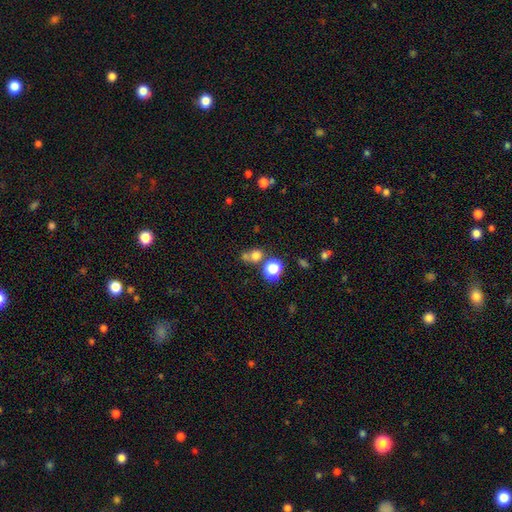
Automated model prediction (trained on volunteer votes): smooth 71%, star or artifact 21%, featured or disk 8%. Down the decision tree: how rounded — round (79%); merging — none (53%).